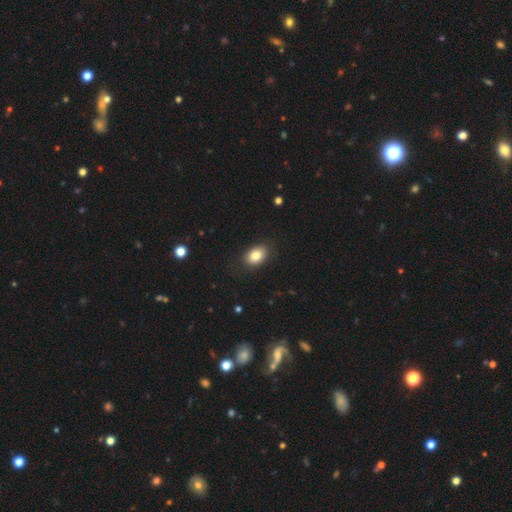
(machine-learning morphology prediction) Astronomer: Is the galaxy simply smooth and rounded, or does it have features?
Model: smooth — 83%.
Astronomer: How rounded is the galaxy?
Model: in between — 80%.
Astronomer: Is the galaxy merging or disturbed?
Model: none — 85%.